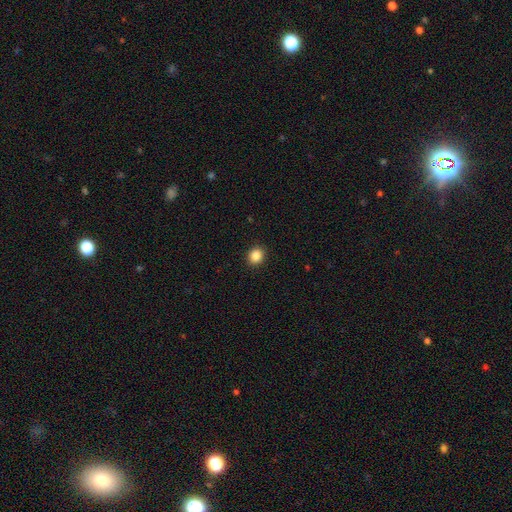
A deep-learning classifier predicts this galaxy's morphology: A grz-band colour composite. It shows a smooth galaxy with no disk features (87%) that is round (74%). Merging: none (92%).